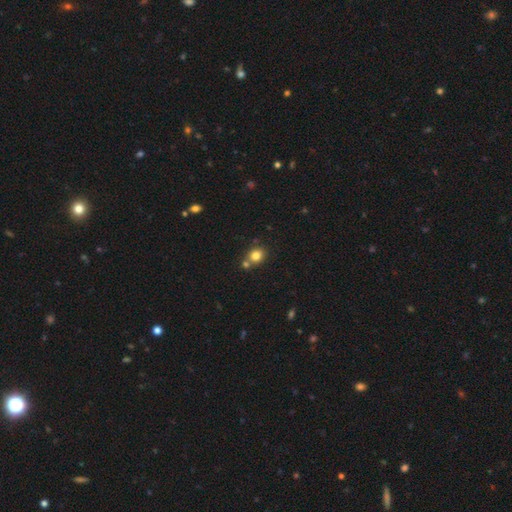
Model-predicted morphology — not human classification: A smooth galaxy with no disk features (80%) that is round (73%).

Vote fractions:
- Smooth or featured? smooth: 80% / star or artifact: 12% / featured or disk: 8%
- How rounded? round: 73% / in between: 26% / cigar-shaped: 1%
- Merging? none: 65% / merger: 23% / minor disturbance: 10% / major disturbance: 3%